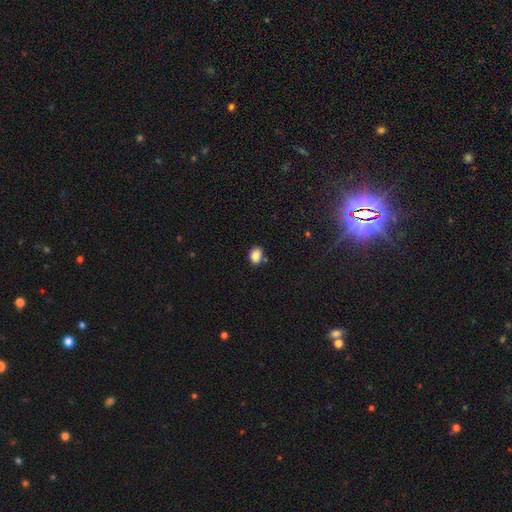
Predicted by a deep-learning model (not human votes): Morphology: type=smooth (87%); roundness=in between (67%); merging=none (76%).